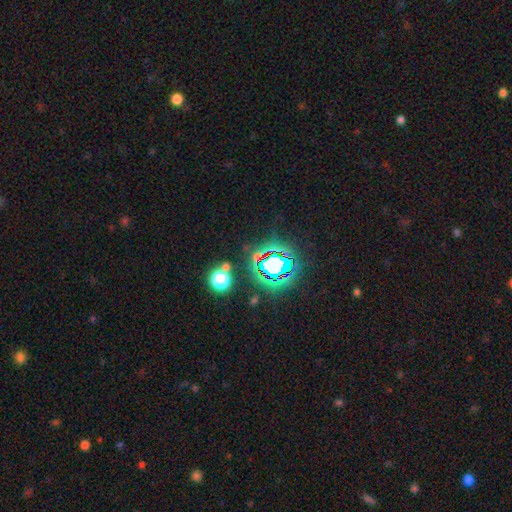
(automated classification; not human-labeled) Morphology: type=star or artifact (82%).